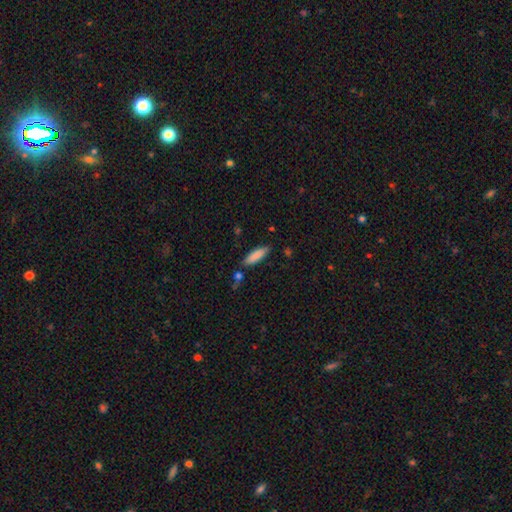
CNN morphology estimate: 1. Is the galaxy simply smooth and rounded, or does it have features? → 86% smooth, 8% featured or disk, 6% star or artifact.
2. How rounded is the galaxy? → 52% cigar-shaped, 47% in between, 1% round.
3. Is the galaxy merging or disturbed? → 81% none, 13% minor disturbance, 4% merger, 2% major disturbance.